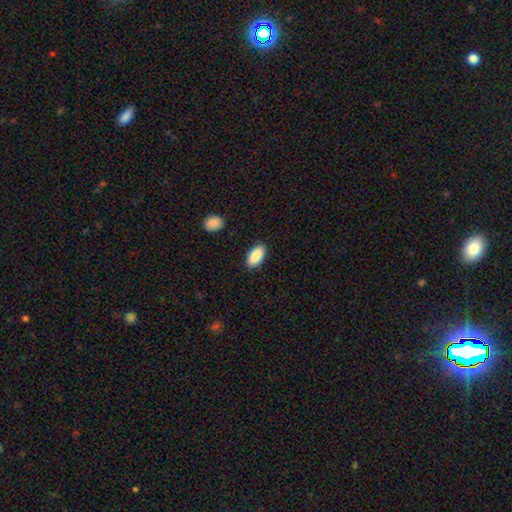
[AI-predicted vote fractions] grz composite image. It shows a smooth galaxy with no disk features (89%) that is in between round and cigar-shaped (93%). Merging: none (88%).